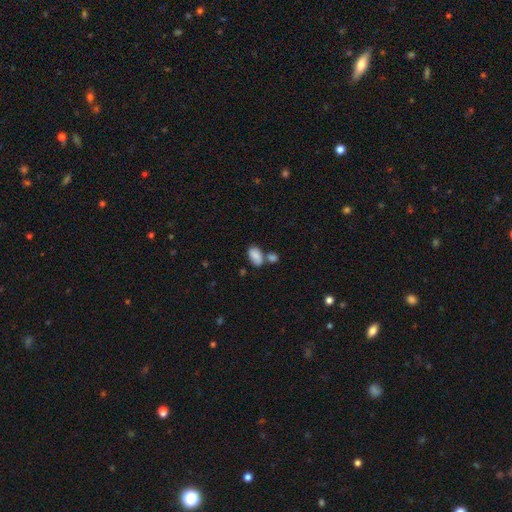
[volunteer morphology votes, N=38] Smooth or featured: smooth — 87% (star or artifact — 11%)
How rounded: in between — 97% (cigar-shaped — 3%)
Merging: none — 41% (tied with merger — 41%)